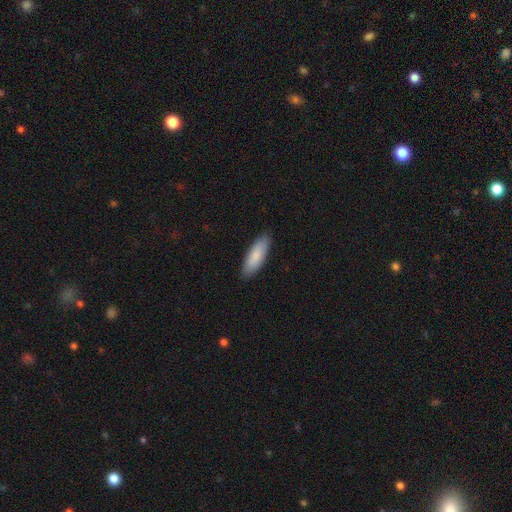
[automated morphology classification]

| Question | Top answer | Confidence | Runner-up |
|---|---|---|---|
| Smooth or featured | smooth | 85% | featured or disk (10%) |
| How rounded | in between | 53% | cigar-shaped (45%) |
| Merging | none | 88% | minor disturbance (9%) |